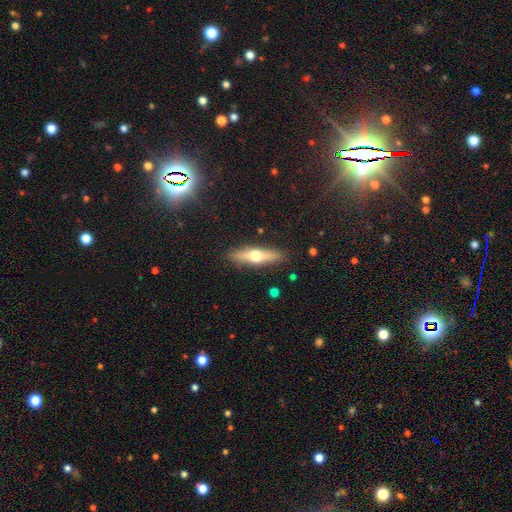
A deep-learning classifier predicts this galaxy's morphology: Smooth or featured? Predicted: featured or disk (p=0.48). Merging? Predicted: none (p=0.88).